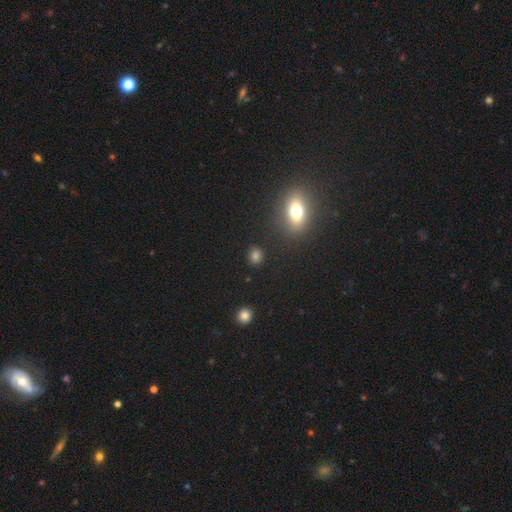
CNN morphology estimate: Overall: smooth (76%). How rounded: round (76%). Merging: none (84%).